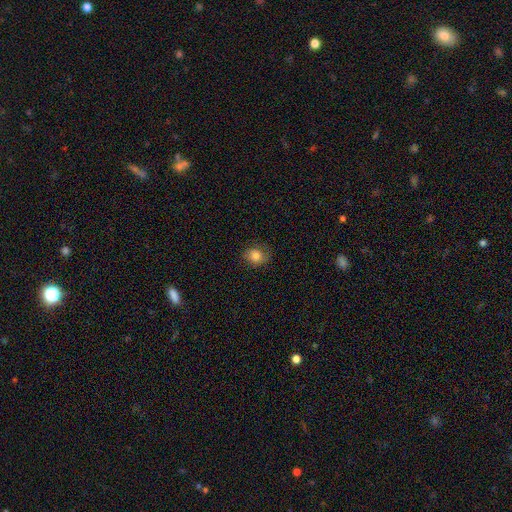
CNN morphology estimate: Q: Smooth or featured?
A: smooth (79%); runner-up: star or artifact (11%)
Q: How rounded?
A: round (65%); runner-up: in between (35%)
Q: Merging?
A: none (72%); runner-up: minor disturbance (20%)